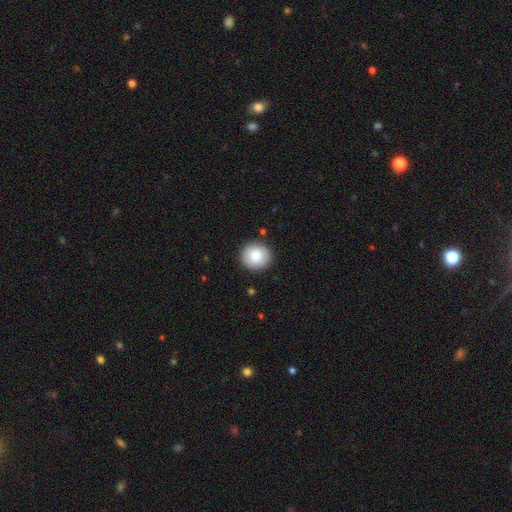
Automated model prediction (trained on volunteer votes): A smooth galaxy with no disk features (82%) that is round (91%). Merging: none (91%).